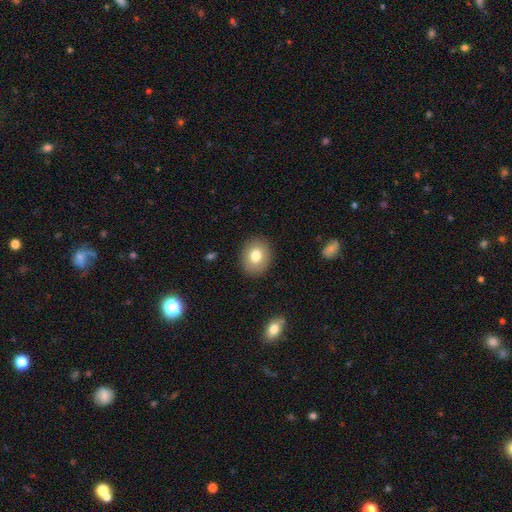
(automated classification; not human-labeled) Q: Smooth or featured?
A: smooth (78%); runner-up: featured or disk (13%)
Q: How rounded?
A: round (53%); runner-up: in between (46%)
Q: Merging?
A: none (88%); runner-up: minor disturbance (8%)